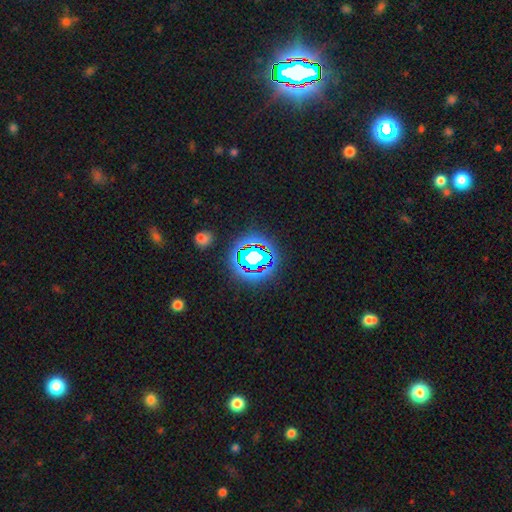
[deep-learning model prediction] Smooth or featured? star or artifact (67%)